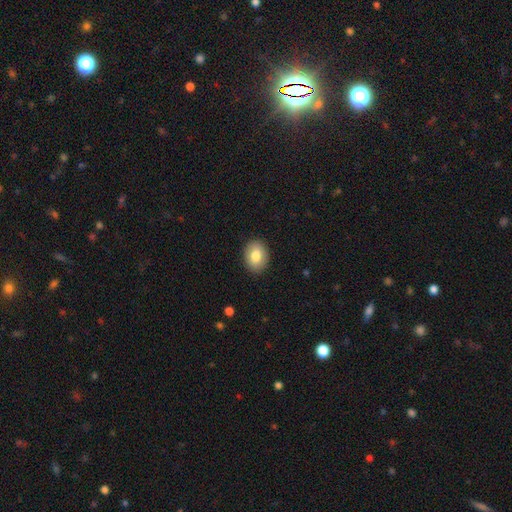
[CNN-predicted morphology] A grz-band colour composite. It shows a smooth galaxy with no disk features (81%) that is in between round and cigar-shaped (62%). Merging: none (89%).